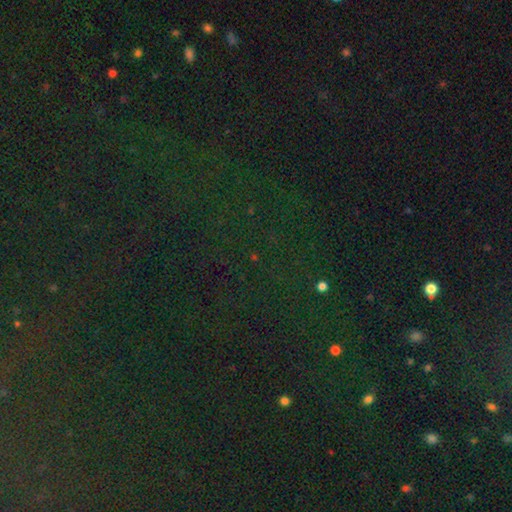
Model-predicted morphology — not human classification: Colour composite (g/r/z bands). It shows a star or artifact, not a galaxy (82%).